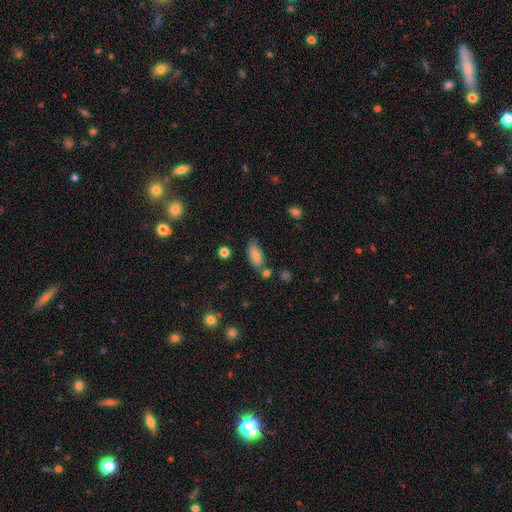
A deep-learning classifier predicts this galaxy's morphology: A smooth galaxy with no disk features (81%) that is in between round and cigar-shaped (84%). Merging: none (67%).